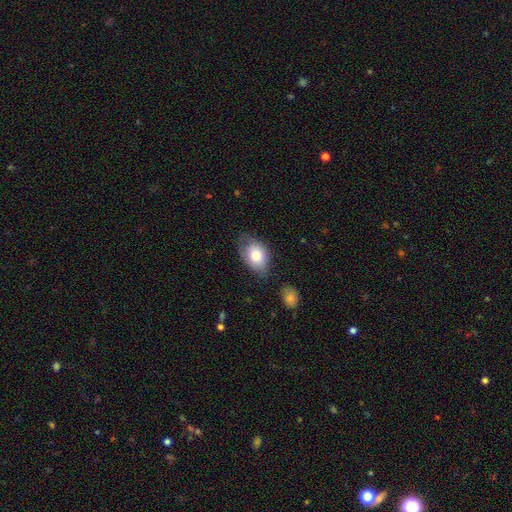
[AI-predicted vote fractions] Smooth or featured? Predicted: smooth (p=0.77). How rounded? Predicted: in between (p=0.76). Merging? Predicted: none (p=0.59).